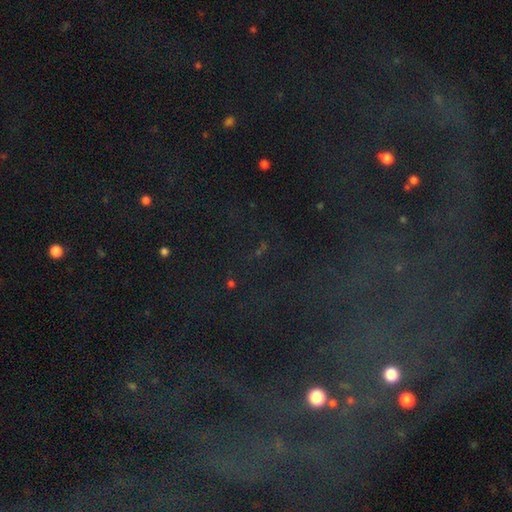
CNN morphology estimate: smooth_or_featured: star or artifact (p=0.80) [alt: featured or disk p=0.10]